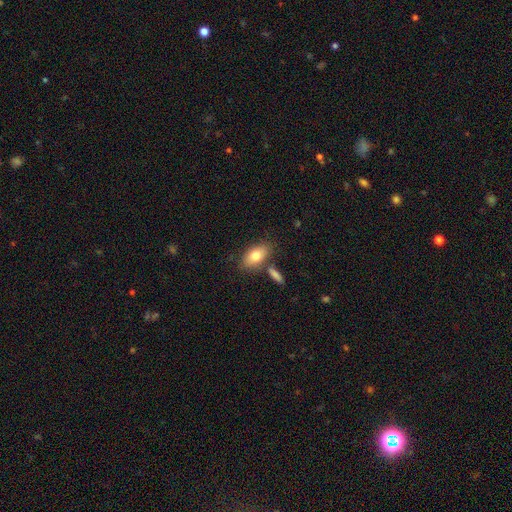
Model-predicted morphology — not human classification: Q: Smooth or featured?
A: smooth (79%); runner-up: featured or disk (14%)
Q: How rounded?
A: in between (90%); runner-up: round (5%)
Q: Merging?
A: none (72%); runner-up: minor disturbance (13%)